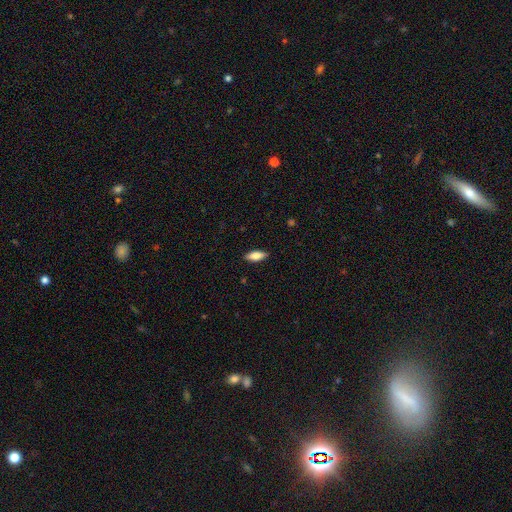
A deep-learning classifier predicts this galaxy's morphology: Overall: smooth (75%). How rounded: in between (73%). Merging: none (88%).